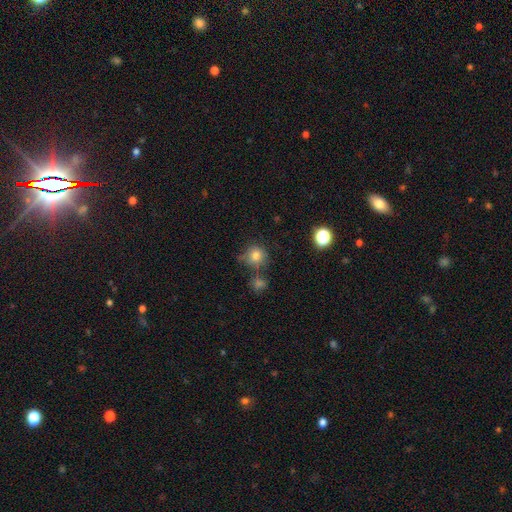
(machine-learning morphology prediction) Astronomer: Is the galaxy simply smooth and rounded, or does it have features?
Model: smooth — 78%.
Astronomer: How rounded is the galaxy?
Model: round — 86%.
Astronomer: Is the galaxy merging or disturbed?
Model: none — 63%.